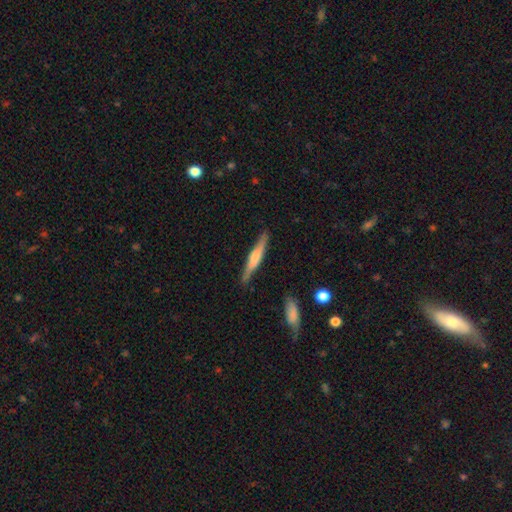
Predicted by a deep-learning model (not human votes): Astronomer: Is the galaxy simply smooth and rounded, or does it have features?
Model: featured or disk — 57% (runner-up: smooth, 37%).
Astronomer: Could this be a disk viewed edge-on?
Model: yes — 96%.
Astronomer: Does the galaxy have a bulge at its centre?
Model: rounded — 60%.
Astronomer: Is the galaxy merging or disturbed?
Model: none — 86%.